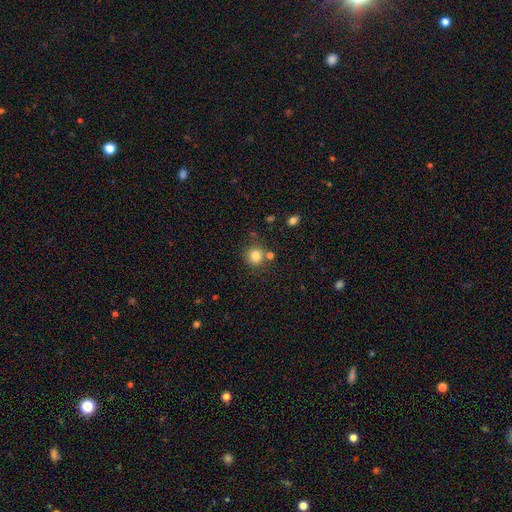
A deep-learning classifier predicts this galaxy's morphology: Smooth or featured? smooth (82%)
How rounded? round (90%)
Merging? none (76%)